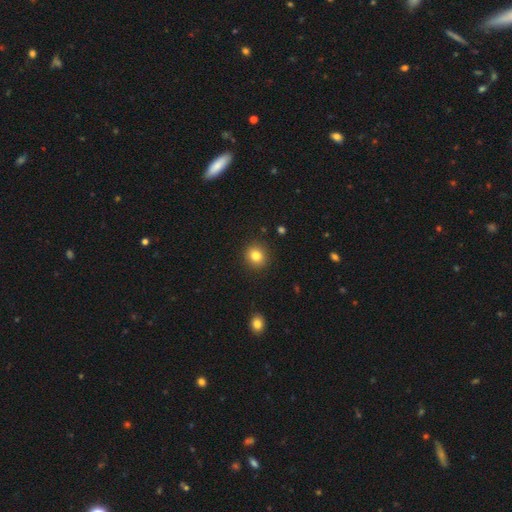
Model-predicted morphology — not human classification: This appears to be a smooth galaxy with no disk features (82%) that is round (86%). Merging: none (91%).